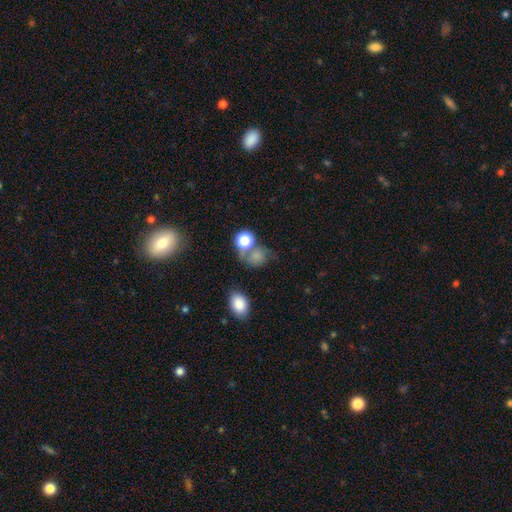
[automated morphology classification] Q: Smooth or featured?
A: smooth (73%); runner-up: star or artifact (14%)
Q: How rounded?
A: round (66%); runner-up: in between (33%)
Q: Merging?
A: none (42%); runner-up: merger (28%)